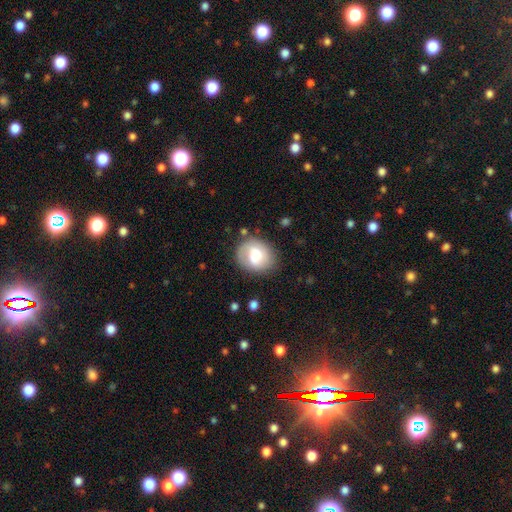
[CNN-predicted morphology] Q: Smooth or featured?
A: smooth (59%); runner-up: featured or disk (34%)
Q: How rounded?
A: round (62%); runner-up: in between (37%)
Q: Merging?
A: none (74%); runner-up: minor disturbance (17%)